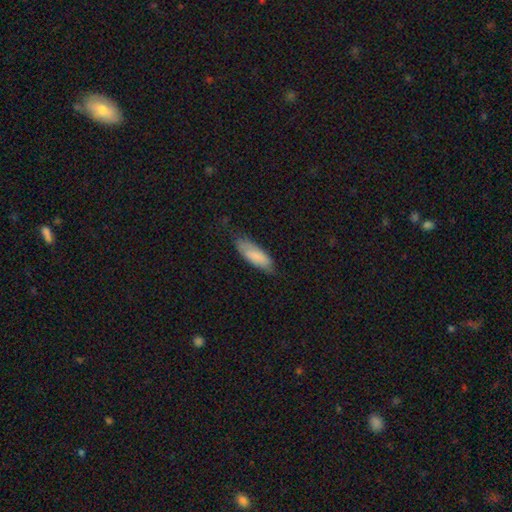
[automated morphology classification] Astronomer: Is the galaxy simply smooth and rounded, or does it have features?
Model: smooth — 84%.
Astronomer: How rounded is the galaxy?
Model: in between — 61% (runner-up: cigar-shaped, 38%).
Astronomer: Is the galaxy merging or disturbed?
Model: none — 69%.